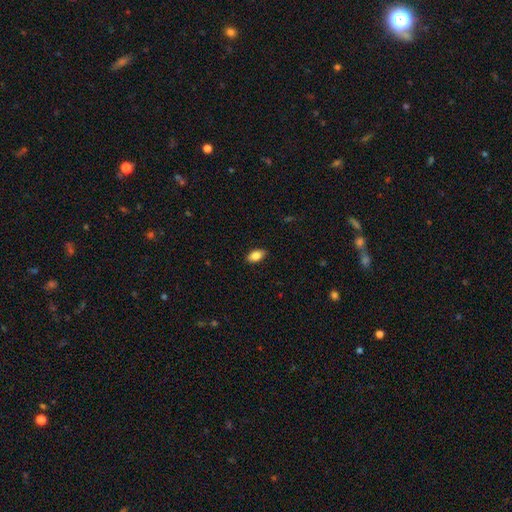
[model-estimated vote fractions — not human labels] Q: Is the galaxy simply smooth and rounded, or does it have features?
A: smooth — 84%.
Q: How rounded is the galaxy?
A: in between — 90%.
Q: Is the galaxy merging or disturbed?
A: none — 88%.